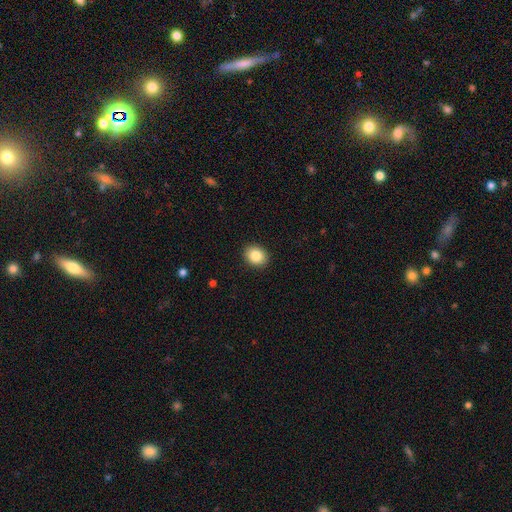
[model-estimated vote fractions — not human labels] A smooth galaxy with no disk features (85%) that is round (54%).

Vote fractions:
- Smooth or featured? smooth: 85% / star or artifact: 9% / featured or disk: 6%
- How rounded? round: 54% / in between: 45% / cigar-shaped: 1%
- Merging? none: 91% / minor disturbance: 7% / major disturbance: 2% / merger: 1%